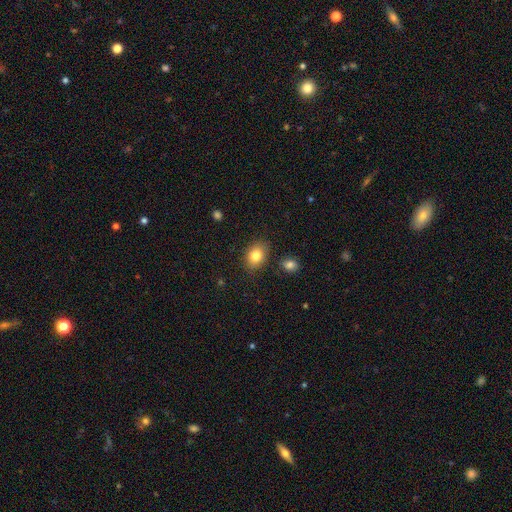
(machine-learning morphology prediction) Overall: smooth (82%). How rounded: in between (70%). Merging: none (84%).